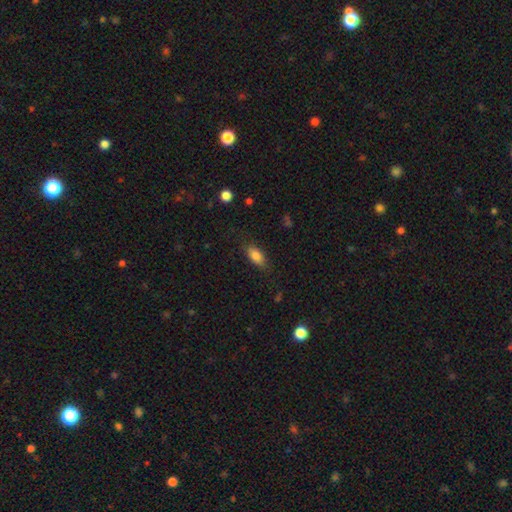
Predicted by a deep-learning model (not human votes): smooth_or_featured: smooth (p=0.82) [alt: featured or disk p=0.10]
how_rounded: in between (p=0.85) [alt: cigar-shaped p=0.10]
merging: none (p=0.79) [alt: minor disturbance p=0.15]